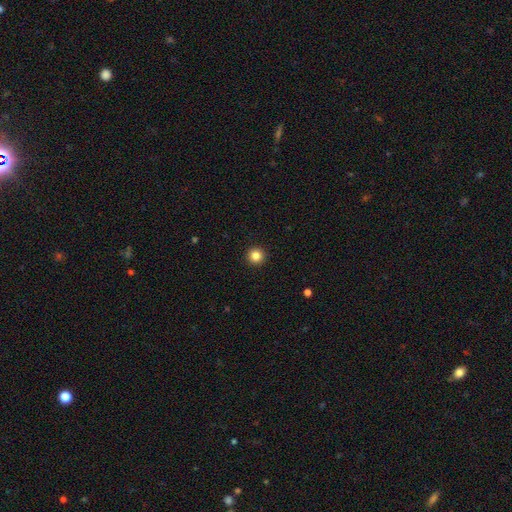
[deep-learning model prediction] Overall: smooth (84%). How rounded: round (96%). Merging: none (94%).